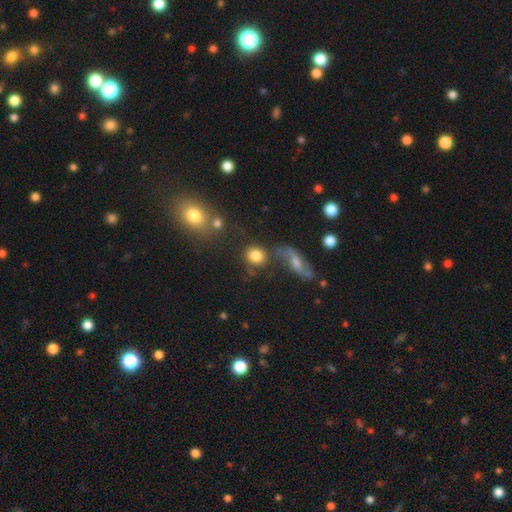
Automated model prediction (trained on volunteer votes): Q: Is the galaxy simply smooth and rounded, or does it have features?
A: smooth — 81%.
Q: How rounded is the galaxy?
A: round — 80%.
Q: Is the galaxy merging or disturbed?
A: none — 66%.